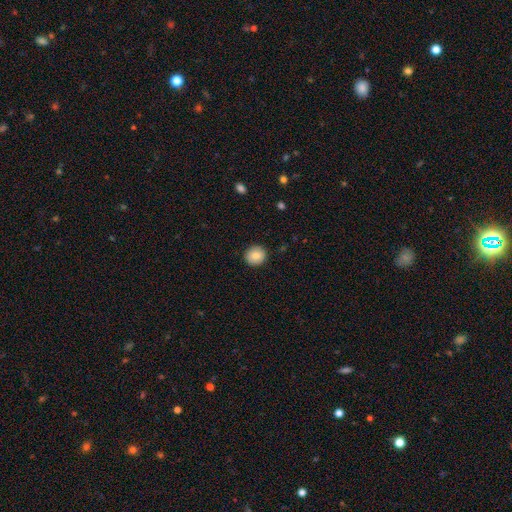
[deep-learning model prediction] smooth_or_featured: smooth (p=0.83) [alt: featured or disk p=0.09]
how_rounded: round (p=0.90) [alt: in between p=0.09]
merging: none (p=0.91) [alt: minor disturbance p=0.06]